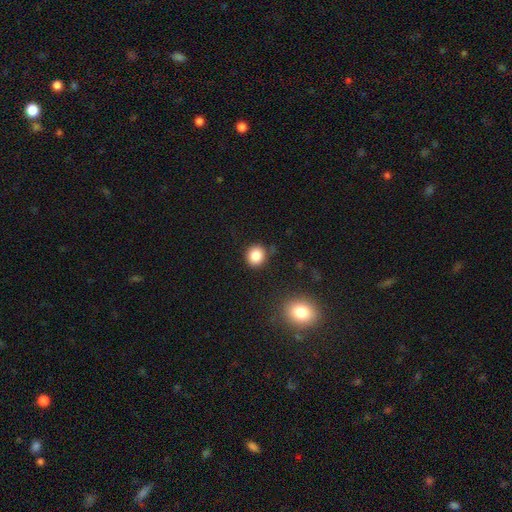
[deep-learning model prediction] This is clearly a smooth galaxy (85%). How rounded: clearly round (87%). Merging: clearly none (86%).